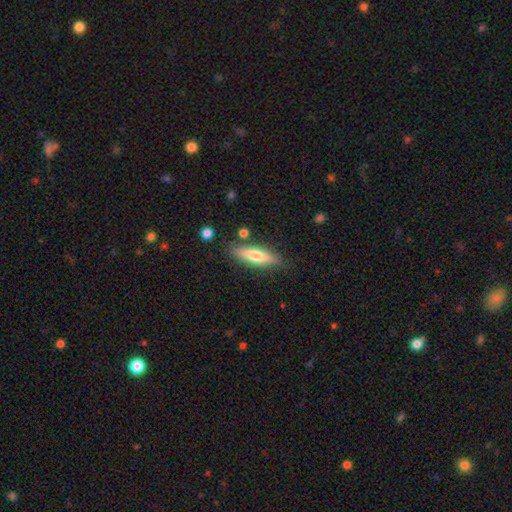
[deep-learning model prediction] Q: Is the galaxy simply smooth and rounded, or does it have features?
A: smooth — 61%.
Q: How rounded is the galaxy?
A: cigar-shaped — 68%.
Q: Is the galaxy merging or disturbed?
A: none — 81%.